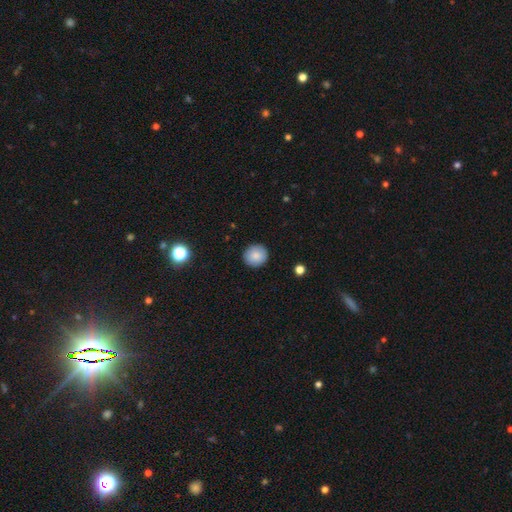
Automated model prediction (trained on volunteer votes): smooth_or_featured: smooth (p=0.85) [alt: star or artifact p=0.08]
how_rounded: round (p=0.90) [alt: in between p=0.09]
merging: none (p=0.91) [alt: minor disturbance p=0.06]